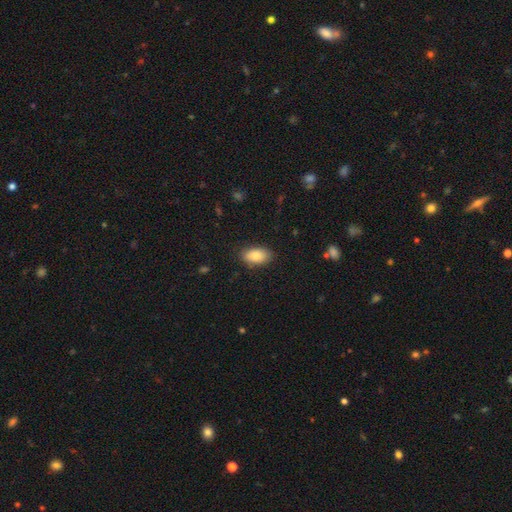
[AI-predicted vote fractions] smooth 84%, featured or disk 9%, star or artifact 7%. Down the decision tree: how rounded — in between (93%); merging — none (86%).